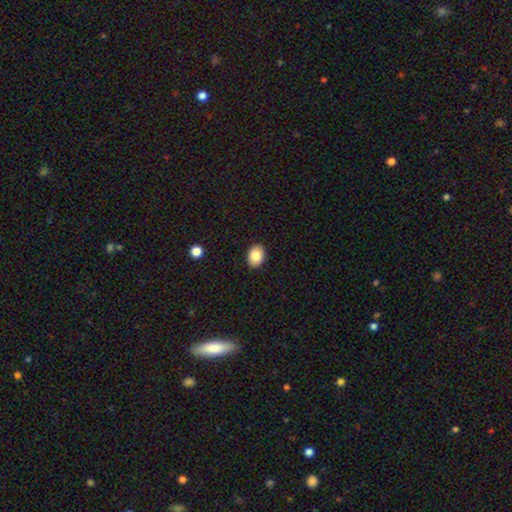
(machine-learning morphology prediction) smooth-or-featured: smooth: 86% | star or artifact: 8% | featured or disk: 6%
  how-rounded: in between: 72% | round: 27% | cigar-shaped: 1%
  merging: none: 89% | minor disturbance: 8% | major disturbance: 2% | merger: 1%